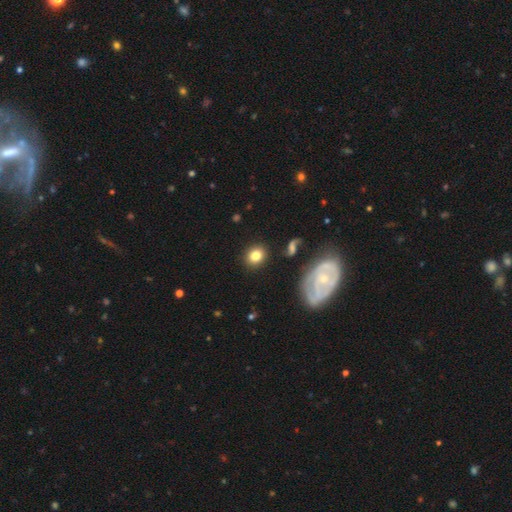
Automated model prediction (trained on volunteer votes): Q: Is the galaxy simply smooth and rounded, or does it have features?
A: smooth — 78%.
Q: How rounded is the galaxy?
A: round — 65%.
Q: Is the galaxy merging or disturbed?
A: none — 86%.